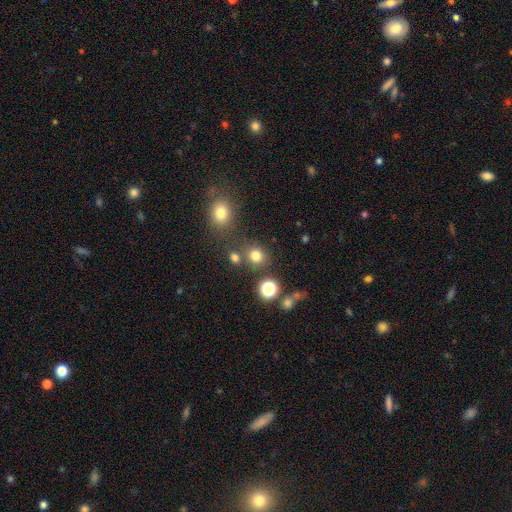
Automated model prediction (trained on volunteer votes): smooth_or_featured: smooth (p=0.75) [alt: star or artifact p=0.18]
how_rounded: round (p=0.82) [alt: in between p=0.17]
merging: none (p=0.73) [alt: merger p=0.12]